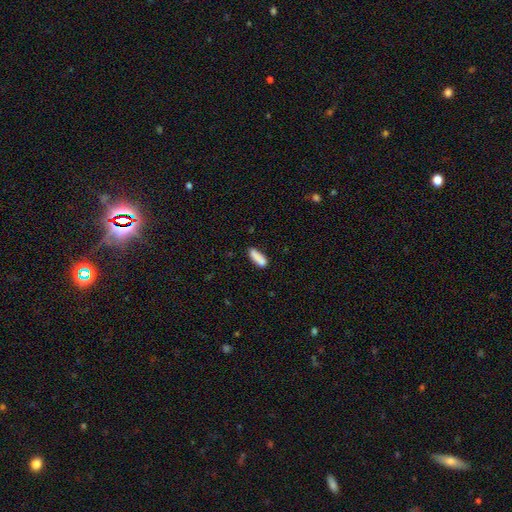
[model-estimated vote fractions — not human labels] smooth-or-featured: smooth: 82% | featured or disk: 10% | star or artifact: 8%
  how-rounded: in between: 51% | cigar-shaped: 47% | round: 2%
  merging: none: 64% | minor disturbance: 18% | merger: 13% | major disturbance: 5%